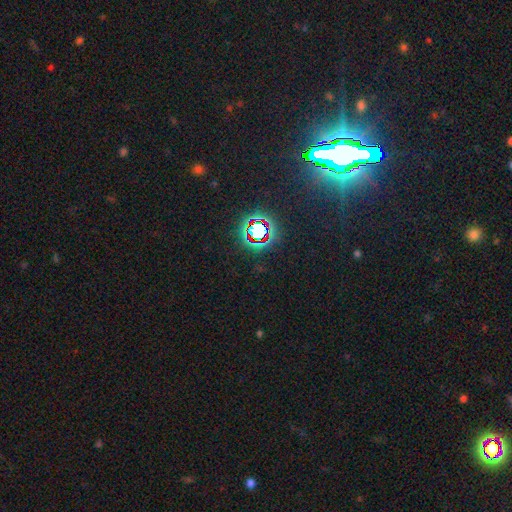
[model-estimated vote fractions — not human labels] A star or artifact, not a galaxy (81%).

Vote fractions:
- Smooth or featured? star or artifact: 81% / smooth: 10% / featured or disk: 9%